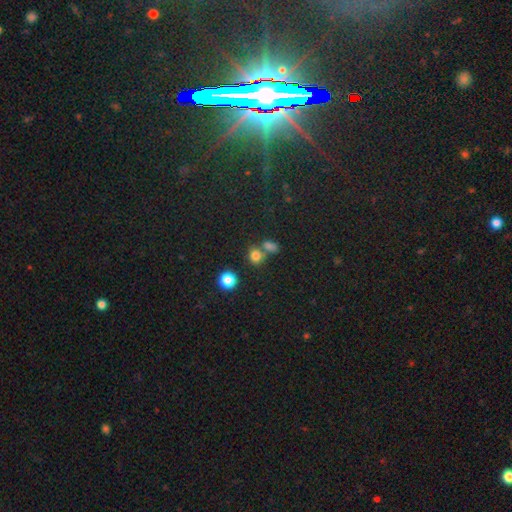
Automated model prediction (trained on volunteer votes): smooth-or-featured: smooth: 77% | star or artifact: 16% | featured or disk: 7%
  how-rounded: round: 68% | in between: 30% | cigar-shaped: 2%
  merging: none: 55% | merger: 33% | minor disturbance: 9% | major disturbance: 4%